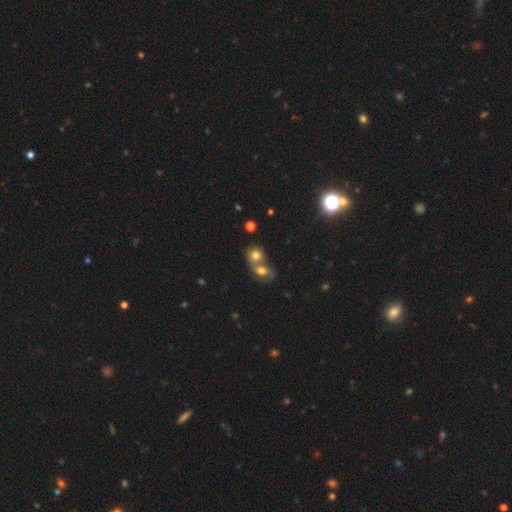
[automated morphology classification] This appears to be a smooth galaxy with no disk features (68%) that is round (67%). Merging: merger (65%).